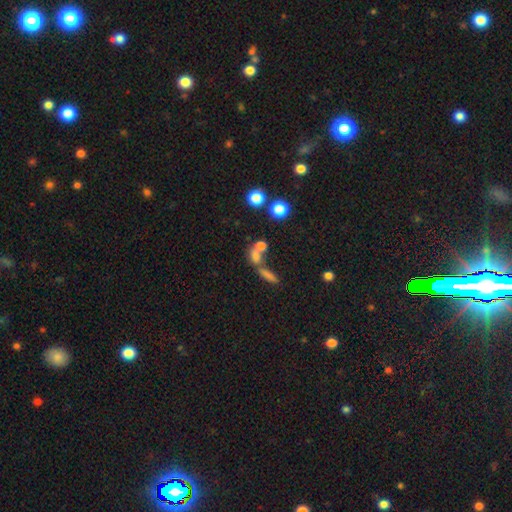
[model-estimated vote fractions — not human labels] Morphology: type=smooth (67%); roundness=in between (48%); merging=merger (50%).